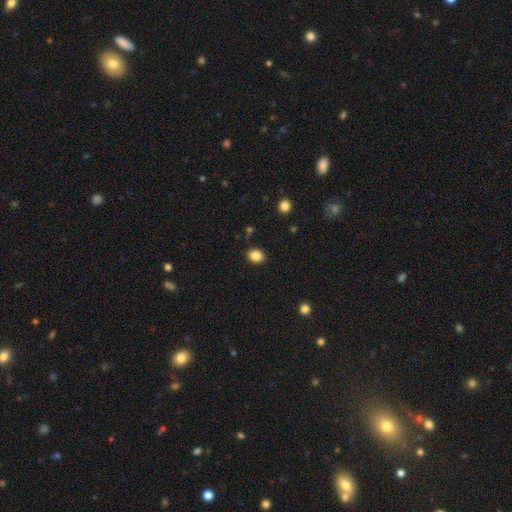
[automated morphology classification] Smooth or featured: smooth — 86% (star or artifact — 10%)
How rounded: in between — 50% (round — 49%)
Merging: none — 88% (minor disturbance — 9%)